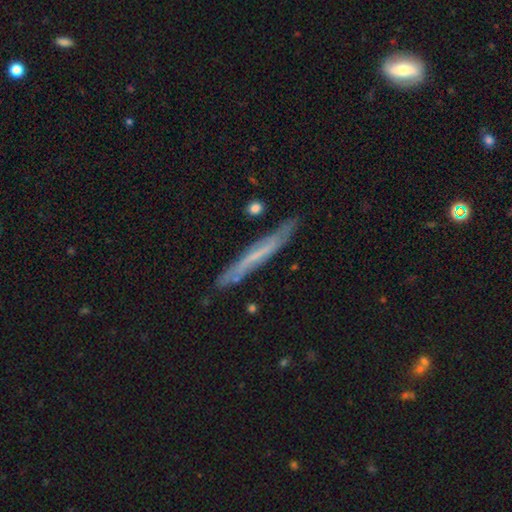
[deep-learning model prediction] smooth-or-featured: featured or disk: 54% | smooth: 38% | star or artifact: 7%
  disk-edge-on: yes: 85% | no: 15%
  merging: none: 82% | minor disturbance: 13% | major disturbance: 3% | merger: 2%